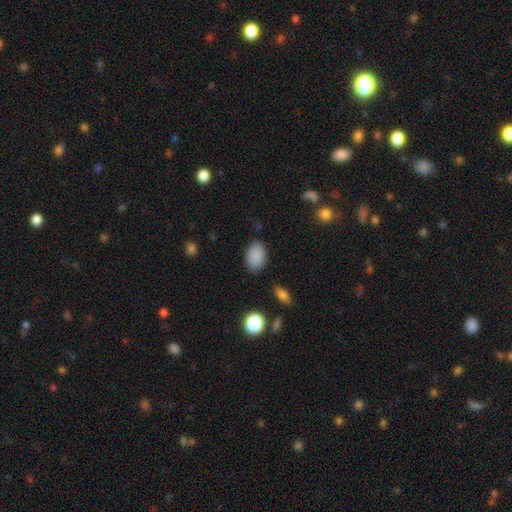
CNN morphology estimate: type=smooth (88%); roundness=in between (87%); merging=none (84%).